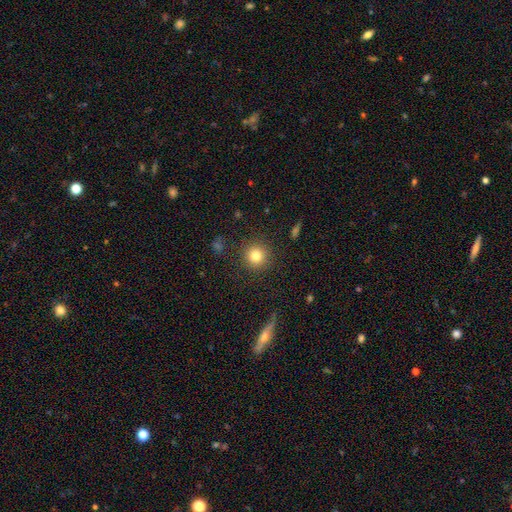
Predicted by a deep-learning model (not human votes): This appears to be a smooth galaxy with no disk features (81%) that is round (94%). Merging: none (90%).